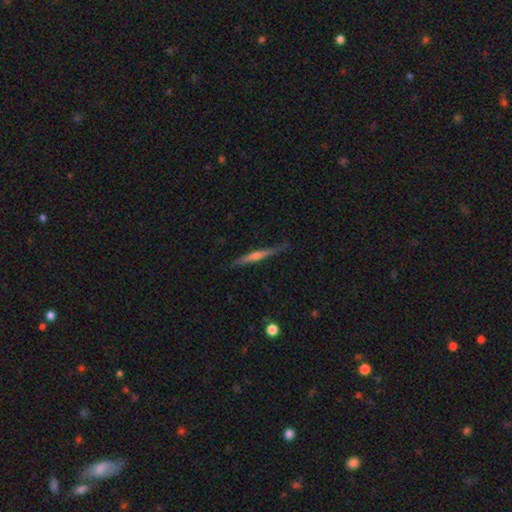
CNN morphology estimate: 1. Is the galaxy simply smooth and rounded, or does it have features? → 67% featured or disk, 26% smooth, 6% star or artifact.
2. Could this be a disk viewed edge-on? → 98% yes, 2% no.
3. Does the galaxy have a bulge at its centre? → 60% rounded, 29% none, 11% boxy.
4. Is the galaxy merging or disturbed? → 85% none, 12% minor disturbance, 2% major disturbance, 1% merger.